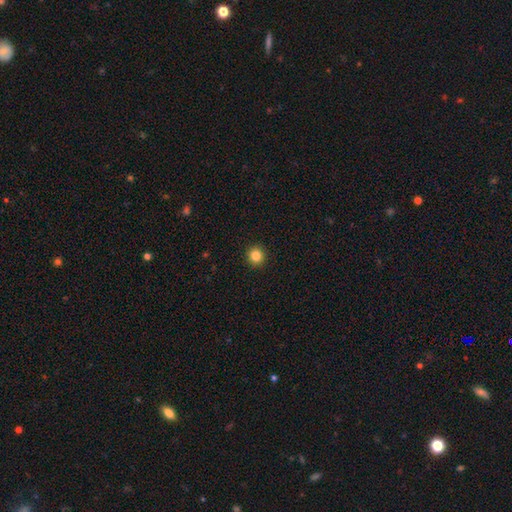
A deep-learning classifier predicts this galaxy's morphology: This appears to be a smooth galaxy with no disk features (84%) that is round (95%). Merging: none (93%).